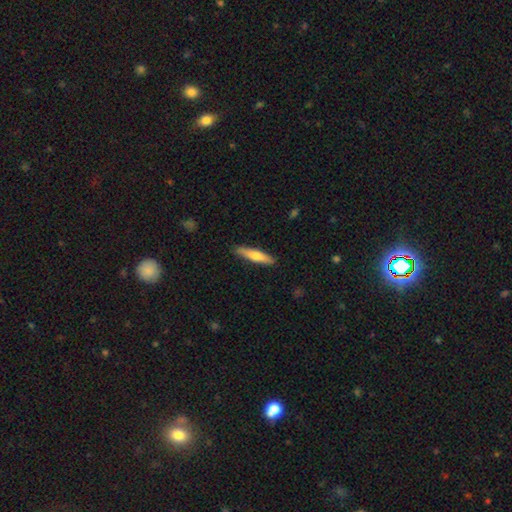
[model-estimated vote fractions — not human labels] The model was most divided on "smooth or featured": smooth: 64%, featured or disk: 30%, star or artifact: 5%. More confident: merging — none (88%); how rounded — cigar-shaped (84%).